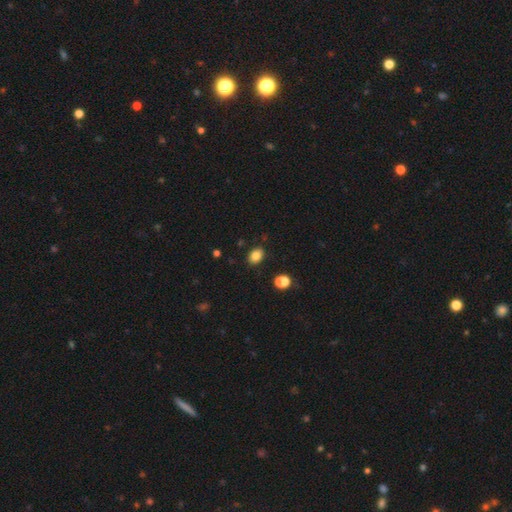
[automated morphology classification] smooth_or_featured: smooth (p=0.83) [alt: star or artifact p=0.11]
how_rounded: in between (p=0.75) [alt: round p=0.24]
merging: none (p=0.85) [alt: minor disturbance p=0.10]